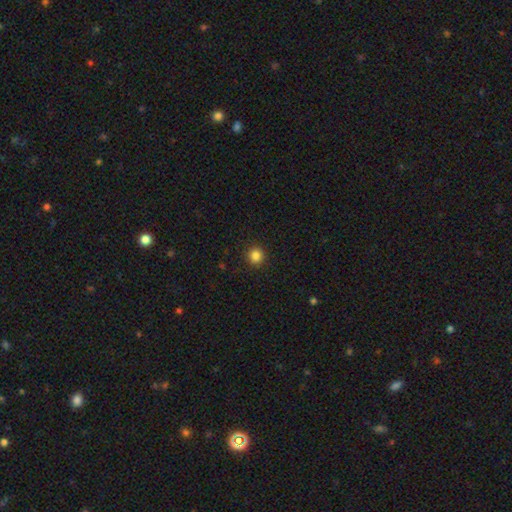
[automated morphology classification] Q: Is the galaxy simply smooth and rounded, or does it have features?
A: smooth — 84%.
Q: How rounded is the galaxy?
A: round — 93%.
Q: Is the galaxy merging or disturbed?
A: none — 92%.